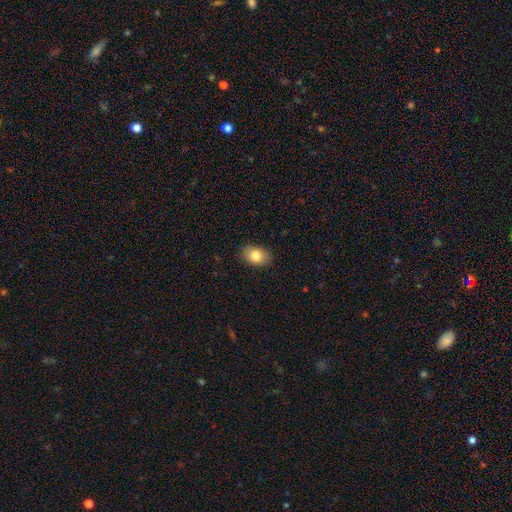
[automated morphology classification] Overall: smooth (83%). How rounded: in between (79%). Merging: none (87%).